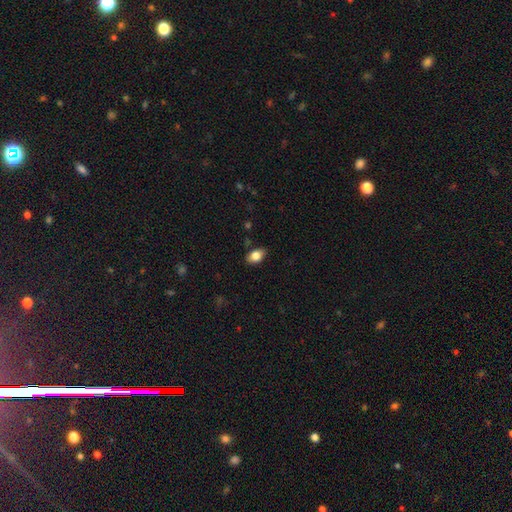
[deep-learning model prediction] Overall: smooth (82%). How rounded: in between (86%). Merging: none (85%).